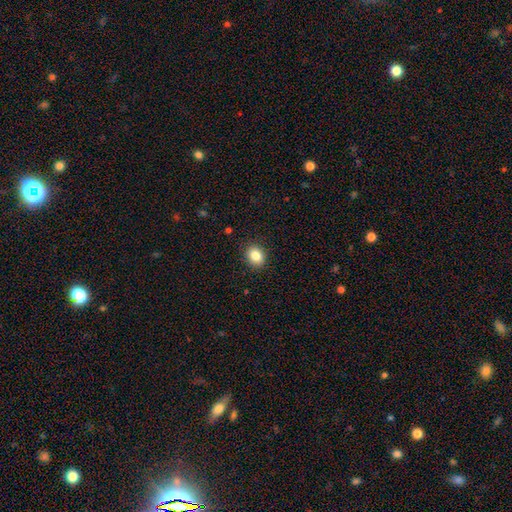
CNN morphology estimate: Smooth or featured: smooth — 85% (star or artifact — 9%)
How rounded: in between — 50% (round — 49%)
Merging: none — 89% (minor disturbance — 8%)